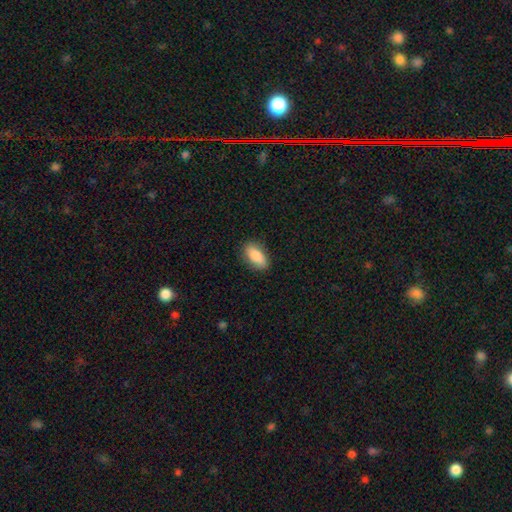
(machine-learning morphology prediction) A smooth galaxy with no disk features (86%) that is in between round and cigar-shaped (88%). Merging: none (85%).